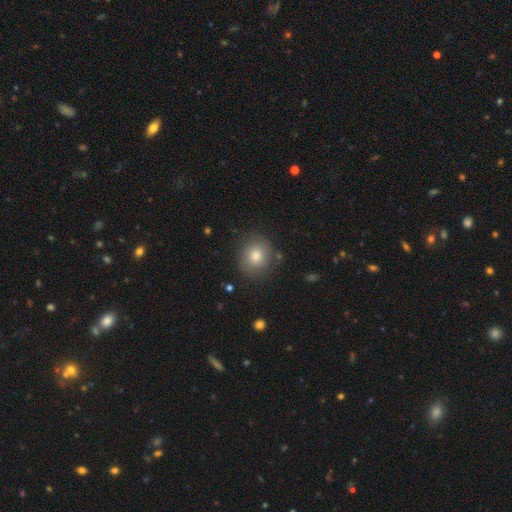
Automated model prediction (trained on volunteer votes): This is likely a smooth galaxy (76%). How rounded: clearly round (87%). Merging: clearly none (83%).